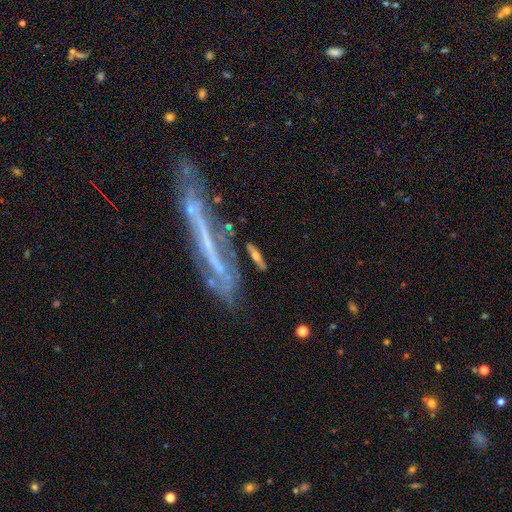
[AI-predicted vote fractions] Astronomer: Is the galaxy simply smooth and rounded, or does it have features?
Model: smooth — 49% (runner-up: featured or disk, 42%).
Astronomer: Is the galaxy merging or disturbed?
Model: none — 67%.